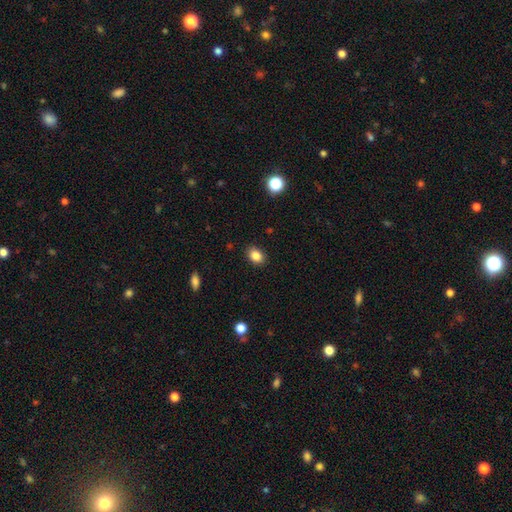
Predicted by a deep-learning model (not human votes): Morphology: type=smooth (85%); roundness=in between (66%); merging=none (89%).